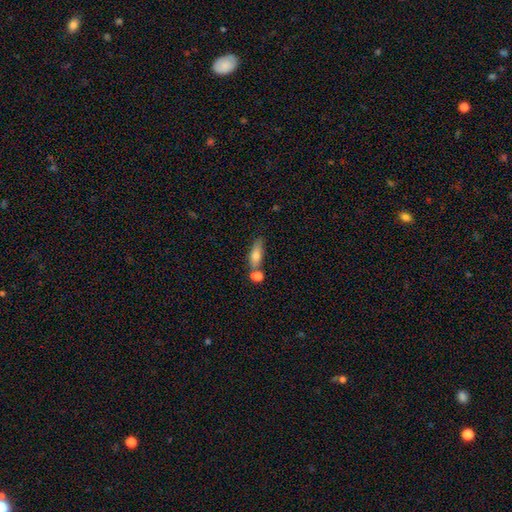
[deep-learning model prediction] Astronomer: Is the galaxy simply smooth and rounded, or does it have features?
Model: smooth — 68%.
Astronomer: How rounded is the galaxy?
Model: in between — 49% (runner-up: cigar-shaped, 47%).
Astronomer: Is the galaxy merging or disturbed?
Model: none — 54%.